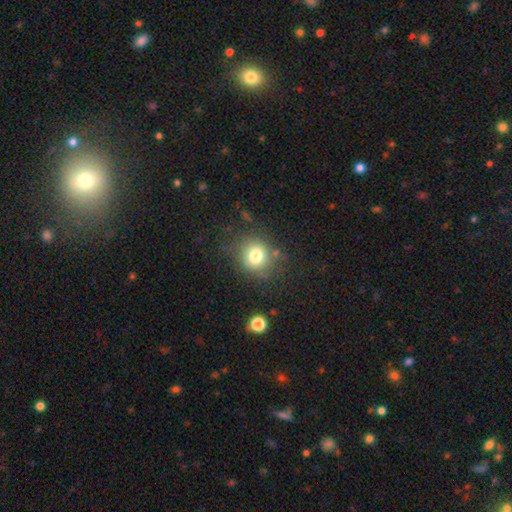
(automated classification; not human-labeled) Q: Smooth or featured?
A: smooth (77%); runner-up: star or artifact (13%)
Q: How rounded?
A: round (80%); runner-up: in between (20%)
Q: Merging?
A: none (74%); runner-up: minor disturbance (15%)